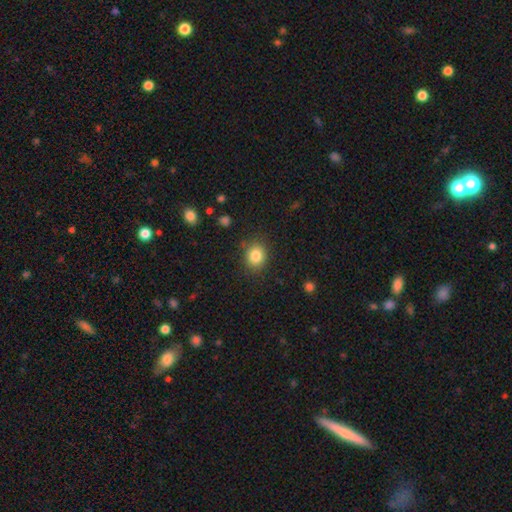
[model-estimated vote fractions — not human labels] Overall: smooth (84%). How rounded: round (70%). Merging: none (84%).